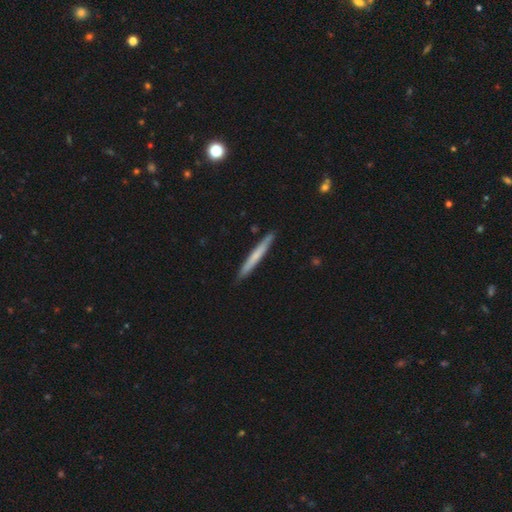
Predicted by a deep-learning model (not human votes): Smooth or featured?
  - smooth: 60% *
  - featured or disk: 35%
  - star or artifact: 5%
How rounded?
  - cigar-shaped: 97% *
  - in between: 2%
  - round: 1%
Merging?
  - none: 89% *
  - minor disturbance: 9%
  - merger: 2%
  - major disturbance: 1%